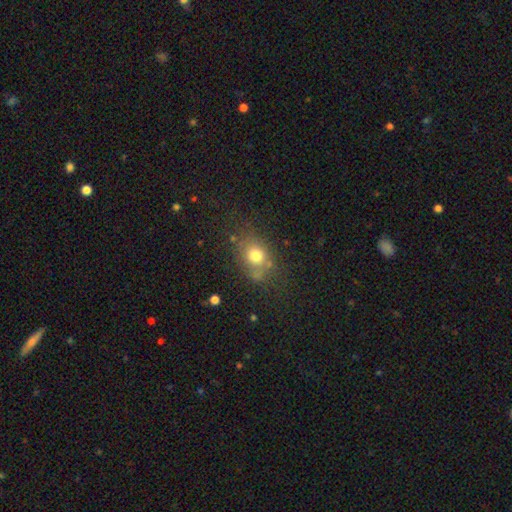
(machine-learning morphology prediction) smooth_or_featured: smooth (p=0.73) [alt: star or artifact p=0.14]
how_rounded: round (p=0.51) [alt: in between p=0.48]
merging: none (p=0.65) [alt: minor disturbance p=0.20]